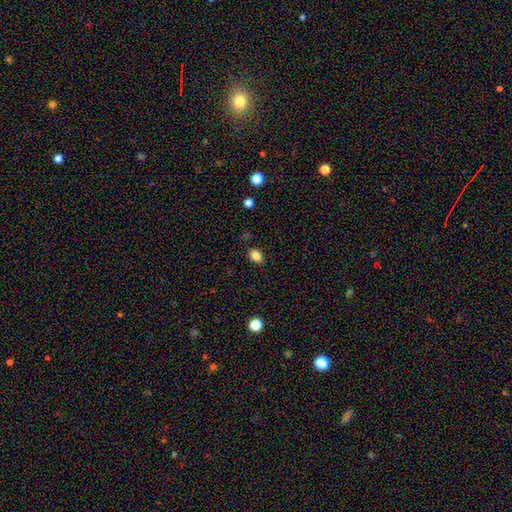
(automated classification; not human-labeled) Smooth or featured? Predicted: smooth (p=0.85). How rounded? Predicted: in between (p=0.76). Merging? Predicted: none (p=0.85).